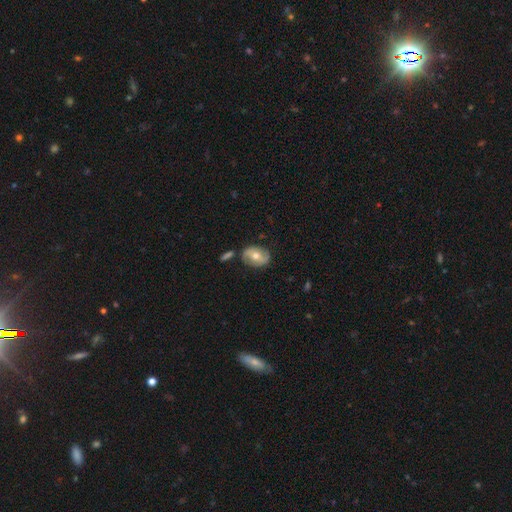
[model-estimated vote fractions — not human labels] smooth_or_featured: featured or disk (p=0.49) [alt: smooth p=0.44]
merging: none (p=0.74) [alt: minor disturbance p=0.16]